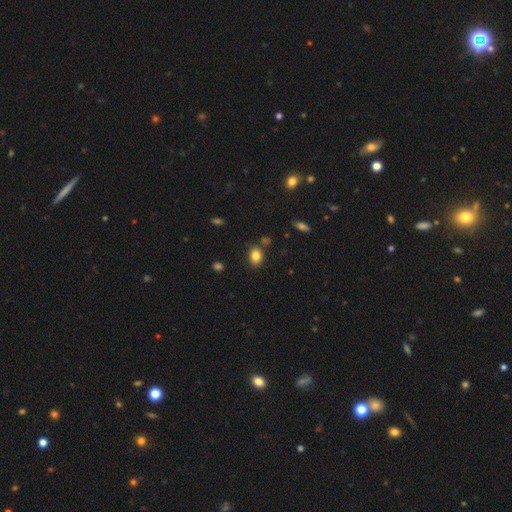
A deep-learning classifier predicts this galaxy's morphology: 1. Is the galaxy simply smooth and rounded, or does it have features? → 83% smooth, 10% star or artifact, 7% featured or disk.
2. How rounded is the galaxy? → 75% in between, 24% round, 1% cigar-shaped.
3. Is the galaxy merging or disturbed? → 79% none, 13% minor disturbance, 6% merger, 3% major disturbance.